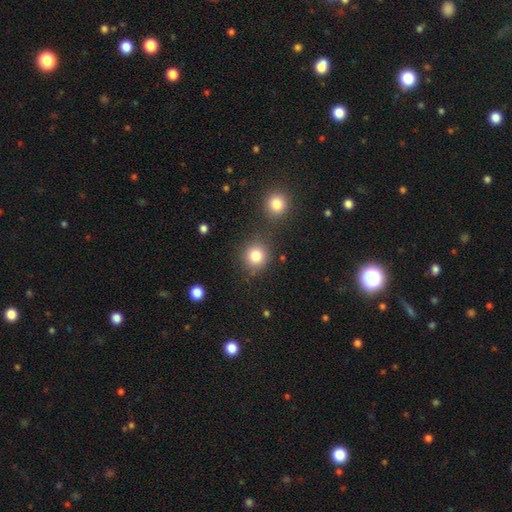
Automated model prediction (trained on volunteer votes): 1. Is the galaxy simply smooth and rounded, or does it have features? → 83% smooth, 12% star or artifact, 6% featured or disk.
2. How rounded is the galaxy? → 90% round, 9% in between, 1% cigar-shaped.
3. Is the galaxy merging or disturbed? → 78% none, 10% merger, 8% minor disturbance, 3% major disturbance.